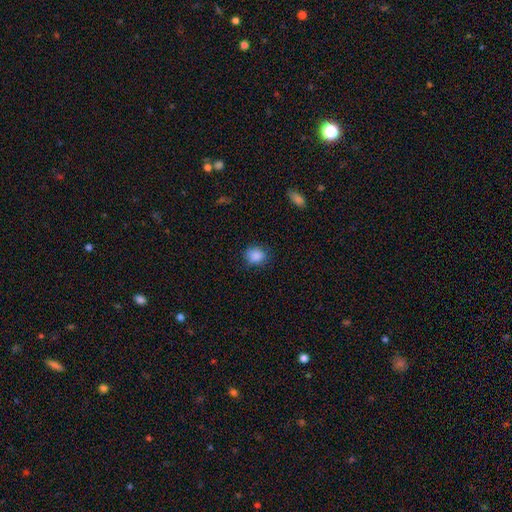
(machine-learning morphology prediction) smooth_or_featured: smooth (p=0.87) [alt: star or artifact p=0.09]
how_rounded: round (p=0.62) [alt: in between p=0.37]
merging: none (p=0.80) [alt: minor disturbance p=0.15]